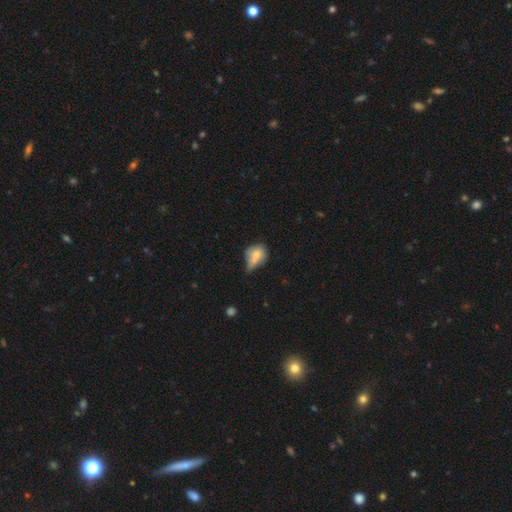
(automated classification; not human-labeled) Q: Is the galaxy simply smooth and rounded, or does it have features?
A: smooth — 67%.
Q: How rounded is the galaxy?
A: in between — 66%.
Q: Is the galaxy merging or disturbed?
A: minor disturbance — 40%.